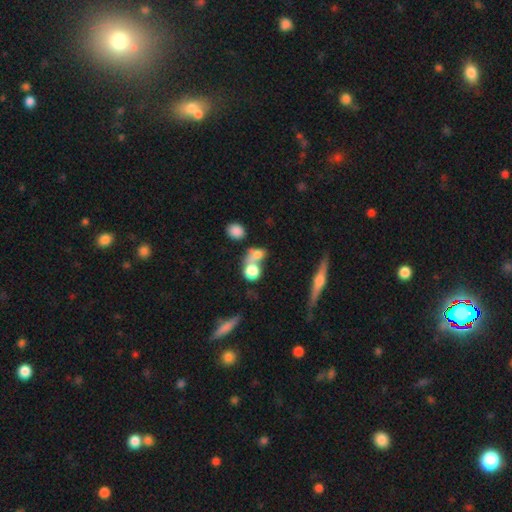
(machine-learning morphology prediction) type=smooth (70%); roundness=round (52%); merging=merger (50%).